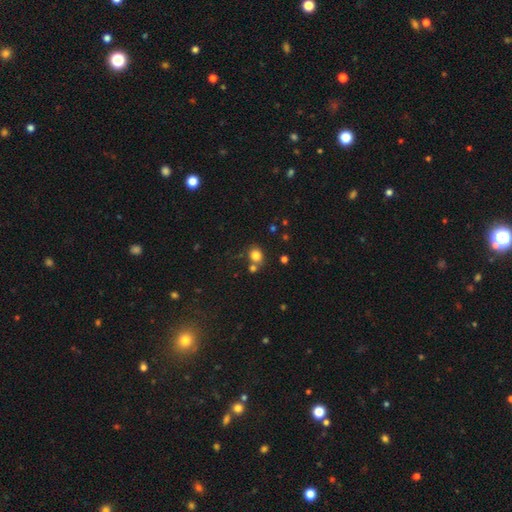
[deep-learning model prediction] Smooth or featured: smooth — 81% (star or artifact — 12%)
How rounded: round — 66% (in between — 33%)
Merging: none — 62% (merger — 22%)